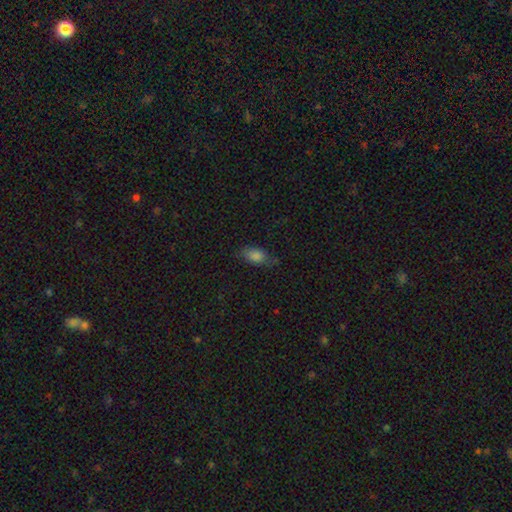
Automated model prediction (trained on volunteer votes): smooth 80%, star or artifact 10%, featured or disk 10%. Down the decision tree: how rounded — in between (87%); merging — none (66%).